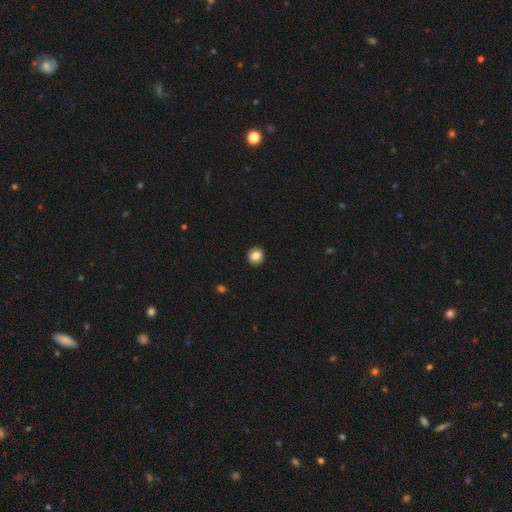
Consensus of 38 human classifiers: This is clearly a smooth galaxy (87%). How rounded: clearly round (94%). Merging: clearly none (97%).